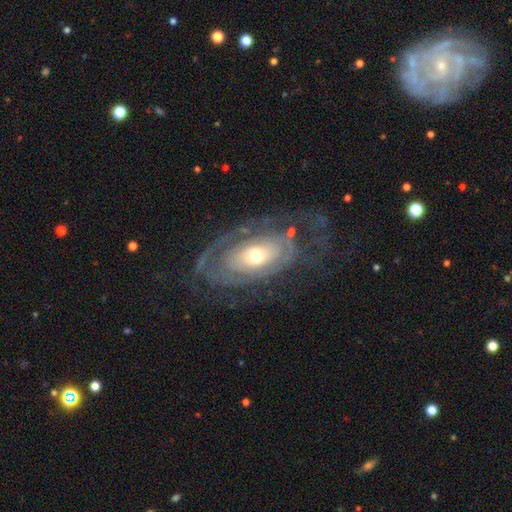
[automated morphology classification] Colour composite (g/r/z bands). It shows a featured or disk galaxy (80%) with no bar (78%), tight (64%) spiral arms (73%) and a moderate central bulge (63%). Merging: none (57%).